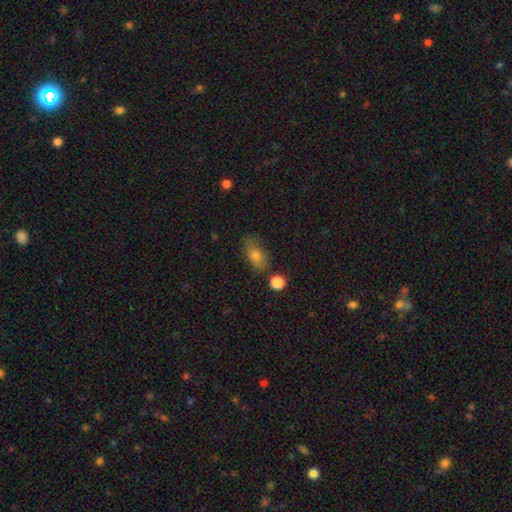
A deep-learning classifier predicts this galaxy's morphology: Smooth or featured? Predicted: smooth (p=0.73). How rounded? Predicted: in between (p=0.82). Merging? Predicted: none (p=0.75).